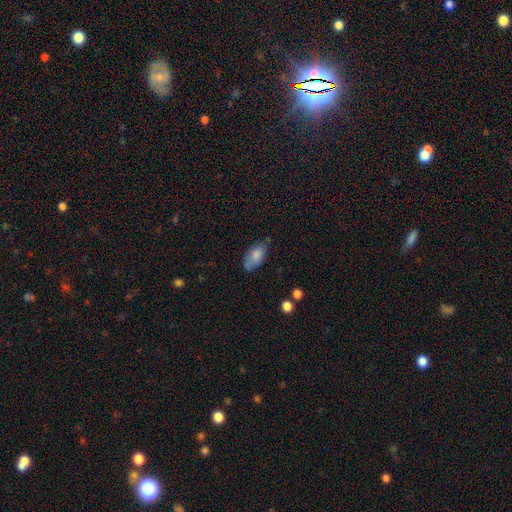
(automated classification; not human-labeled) Smooth or featured: smooth — 77% (featured or disk — 15%)
How rounded: in between — 91% (cigar-shaped — 5%)
Merging: none — 55% (minor disturbance — 32%)